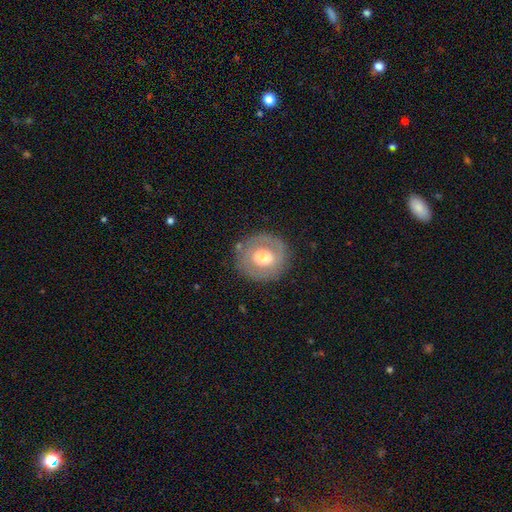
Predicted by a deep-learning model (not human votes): Morphology: type=featured or disk (52%); edge-on=no (95%); merging=none (82%).